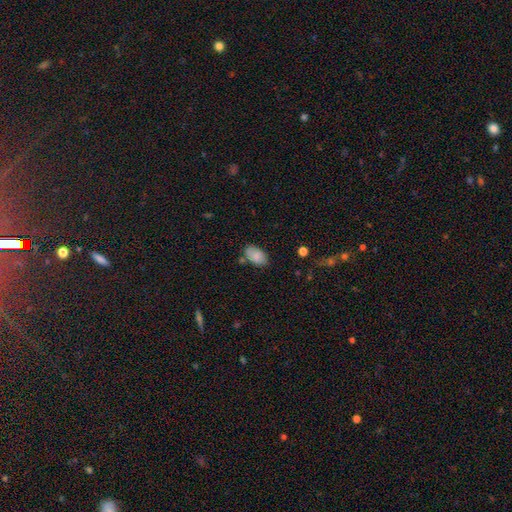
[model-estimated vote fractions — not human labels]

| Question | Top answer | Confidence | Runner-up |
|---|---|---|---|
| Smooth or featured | smooth | 85% | featured or disk (8%) |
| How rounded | in between | 93% | round (5%) |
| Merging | none | 74% | minor disturbance (17%) |